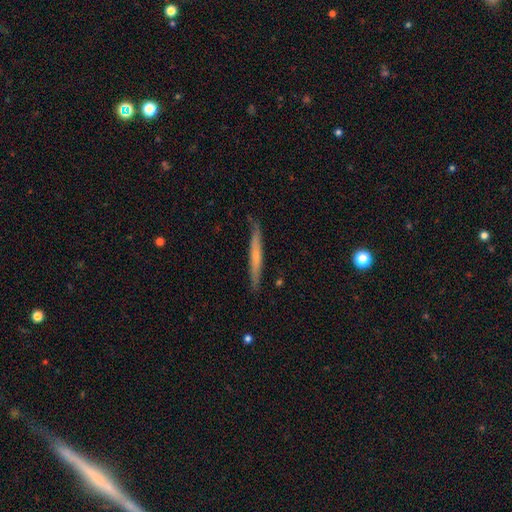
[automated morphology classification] This is possibly a featured or disk galaxy (51%). It is clearly viewed edge-on (95%). Merging: clearly none (84%).